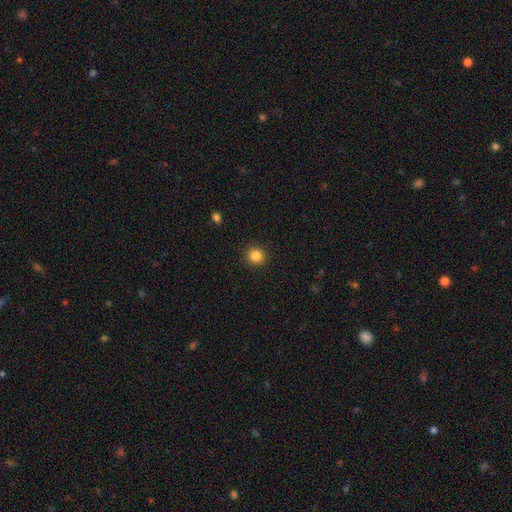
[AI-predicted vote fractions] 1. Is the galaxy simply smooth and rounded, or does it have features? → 84% smooth, 11% star or artifact, 5% featured or disk.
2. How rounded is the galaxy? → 91% round, 8% in between, 1% cigar-shaped.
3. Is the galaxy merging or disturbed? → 92% none, 5% minor disturbance, 2% major disturbance, 1% merger.